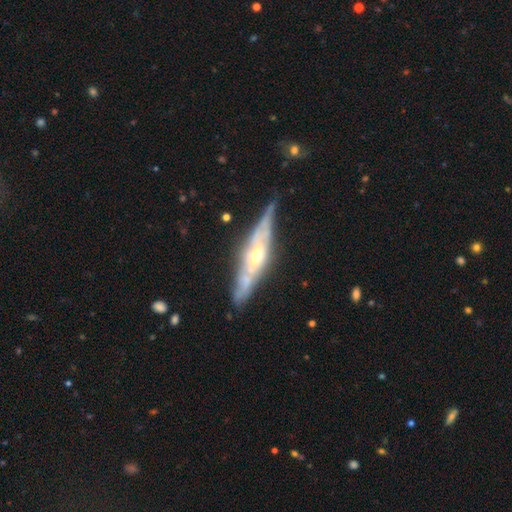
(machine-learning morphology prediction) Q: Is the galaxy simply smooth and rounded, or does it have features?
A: featured or disk — 81%.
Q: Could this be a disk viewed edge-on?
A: yes — 73%.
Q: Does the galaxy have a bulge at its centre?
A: rounded — 77%.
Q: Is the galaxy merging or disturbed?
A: none — 70%.